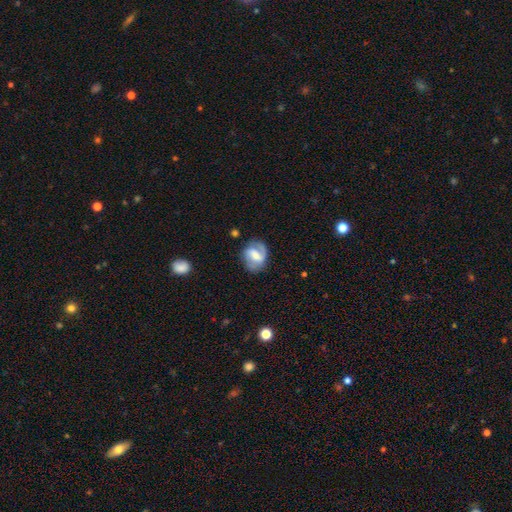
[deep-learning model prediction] A featured or disk galaxy (68%) with a weak bar (45%), 2 (77%) medium (45%) spiral arms (84%) and a moderate central bulge (49%).

Vote fractions:
- Smooth or featured? featured or disk: 68% / smooth: 26% / star or artifact: 7%
- Edge-on disk? no: 97% / yes: 3%
- Bar? weak: 45% / strong: 40% / no: 15%
- Spiral arms? yes: 84% / no: 16%
- Spiral winding? medium: 45% / tight: 29% / loose: 26%
- Spiral arm count? 2: 77% / 1: 10% / can't tell: 10% / 3: 1% / 4: 1% / more than 4: 1%
- Bulge size? moderate: 49% / small: 36% / large: 8% / none: 6% / dominant: 1%
- Merging? none: 72% / minor disturbance: 19% / major disturbance: 8% / merger: 2%